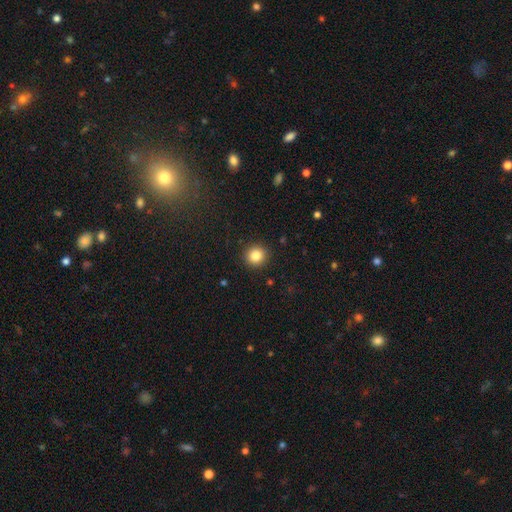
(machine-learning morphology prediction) A smooth galaxy with no disk features (84%) that is round (92%). Merging: none (92%).